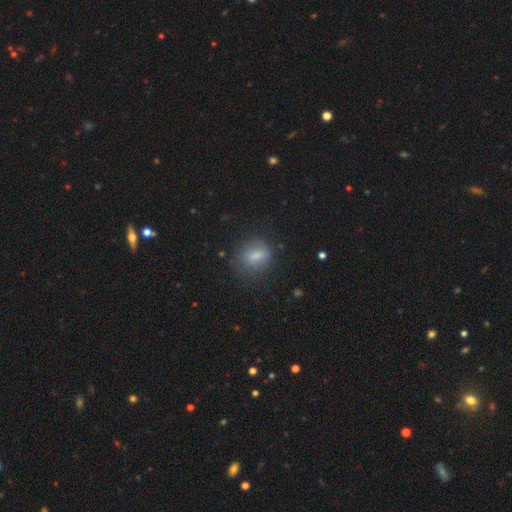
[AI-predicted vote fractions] Q: Smooth or featured?
A: smooth (71%); runner-up: featured or disk (18%)
Q: How rounded?
A: in between (50%); runner-up: round (43%)
Q: Merging?
A: none (67%); runner-up: minor disturbance (20%)